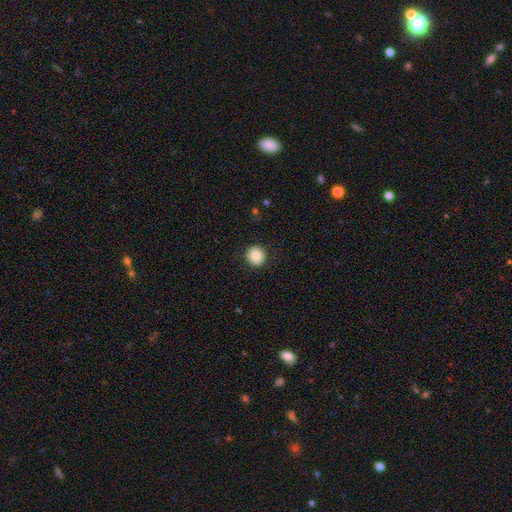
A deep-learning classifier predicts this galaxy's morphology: smooth-or-featured: smooth: 83% | star or artifact: 9% | featured or disk: 9%
  how-rounded: round: 93% | in between: 6% | cigar-shaped: 1%
  merging: none: 91% | minor disturbance: 6% | major disturbance: 2% | merger: 1%